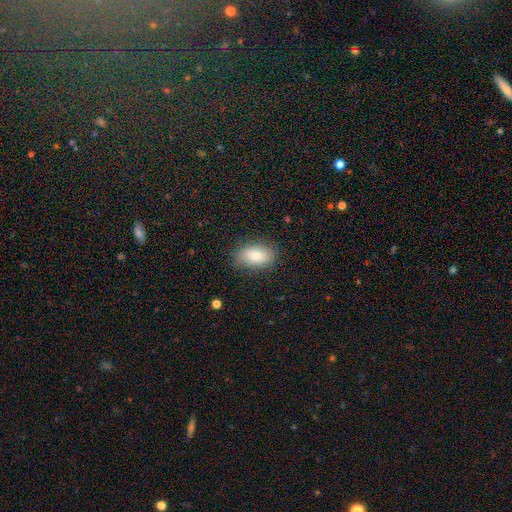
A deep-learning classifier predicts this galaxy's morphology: type=smooth (84%); roundness=in between (91%); merging=none (83%).